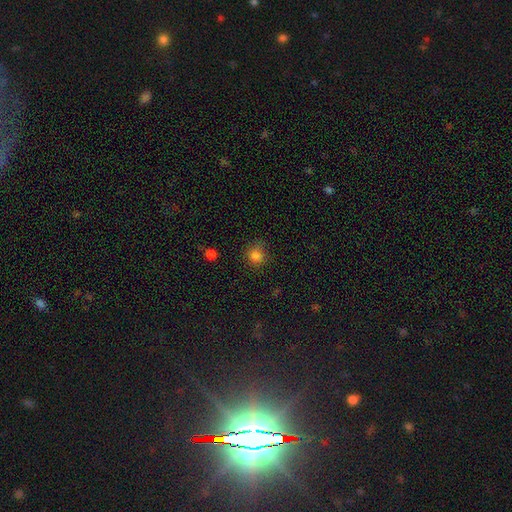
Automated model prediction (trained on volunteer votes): Q: Smooth or featured?
A: smooth (82%); runner-up: star or artifact (14%)
Q: How rounded?
A: round (88%); runner-up: in between (11%)
Q: Merging?
A: none (79%); runner-up: minor disturbance (15%)